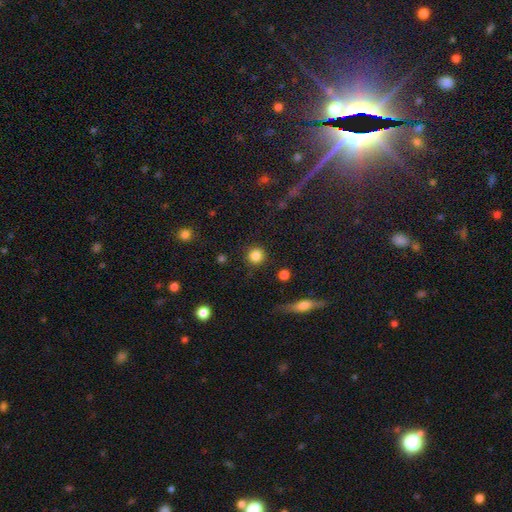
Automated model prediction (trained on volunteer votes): smooth 84%, star or artifact 11%, featured or disk 5%. Down the decision tree: how rounded — round (93%); merging — none (89%).